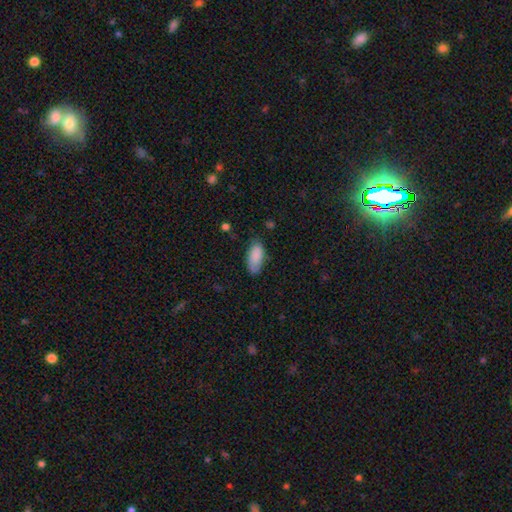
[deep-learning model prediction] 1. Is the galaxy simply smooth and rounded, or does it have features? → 87% smooth, 6% featured or disk, 6% star or artifact.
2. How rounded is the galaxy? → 90% in between, 9% cigar-shaped, 2% round.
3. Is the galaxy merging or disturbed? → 72% none, 23% minor disturbance, 4% major disturbance, 2% merger.